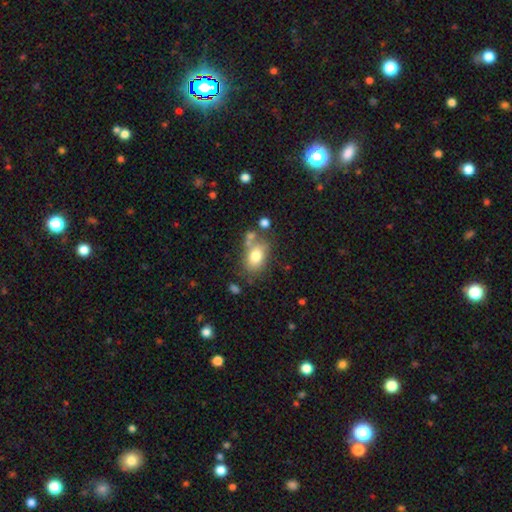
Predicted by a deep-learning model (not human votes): This is likely a smooth galaxy (76%). How rounded: likely in between (80%). Merging: likely none (61%).